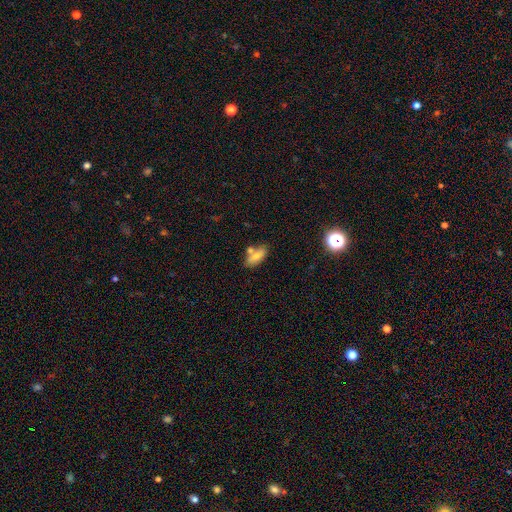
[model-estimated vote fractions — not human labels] Q: Smooth or featured?
A: smooth (73%); runner-up: featured or disk (19%)
Q: How rounded?
A: in between (79%); runner-up: cigar-shaped (17%)
Q: Merging?
A: none (63%); runner-up: merger (19%)